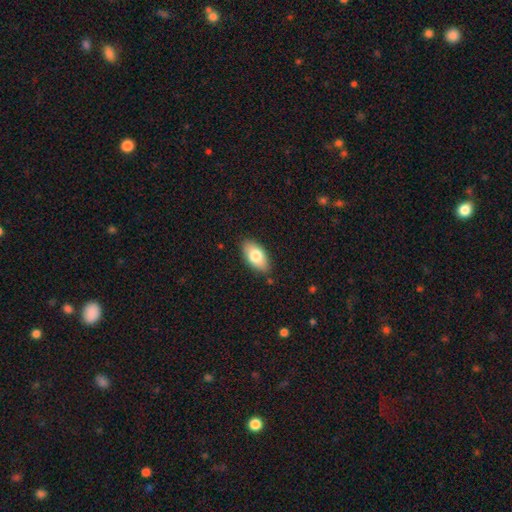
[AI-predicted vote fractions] Smooth or featured? Predicted: smooth (p=0.76). How rounded? Predicted: in between (p=0.93). Merging? Predicted: none (p=0.84).